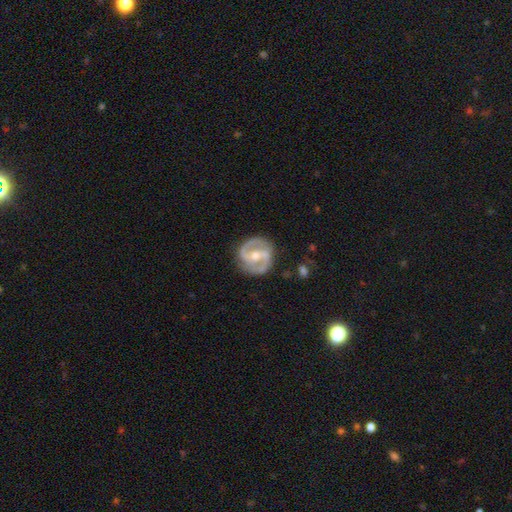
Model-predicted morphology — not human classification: smooth_or_featured: featured or disk (p=0.84) [alt: smooth p=0.11]
disk_edge_on: no (p=0.97) [alt: yes p=0.03]
bar: strong (p=0.41) [alt: weak p=0.38]
has_spiral_arms: yes (p=0.89) [alt: no p=0.11]
spiral_winding: medium (p=0.50) [alt: tight p=0.32]
spiral_arm_count: 2 (p=0.90) [alt: can't tell p=0.05]
bulge_size: moderate (p=0.60) [alt: small p=0.36]
merging: none (p=0.82) [alt: minor disturbance p=0.12]